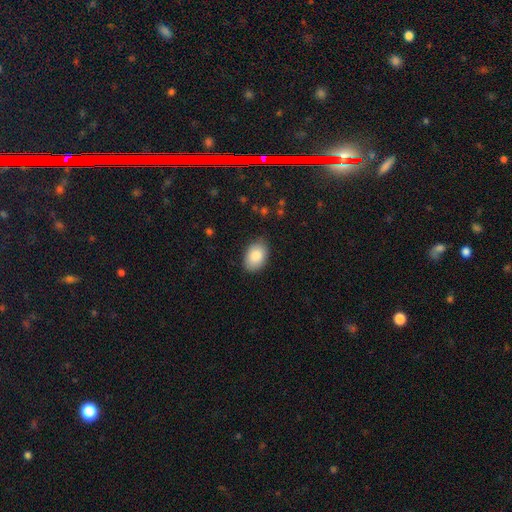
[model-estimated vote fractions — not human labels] This is clearly a smooth galaxy (88%). How rounded: clearly in between (87%). Merging: clearly none (84%).